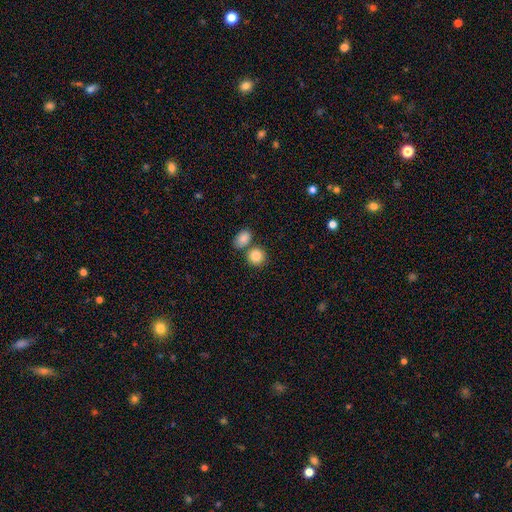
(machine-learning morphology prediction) A smooth galaxy with no disk features (86%) that is round (82%). Merging: none (63%).